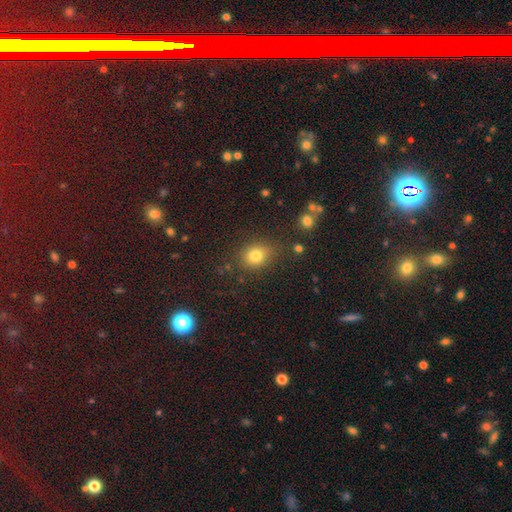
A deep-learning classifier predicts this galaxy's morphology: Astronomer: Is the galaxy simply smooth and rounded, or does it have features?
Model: smooth — 78%.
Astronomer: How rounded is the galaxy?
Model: round — 57% (runner-up: in between, 42%).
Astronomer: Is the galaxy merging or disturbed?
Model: none — 78%.